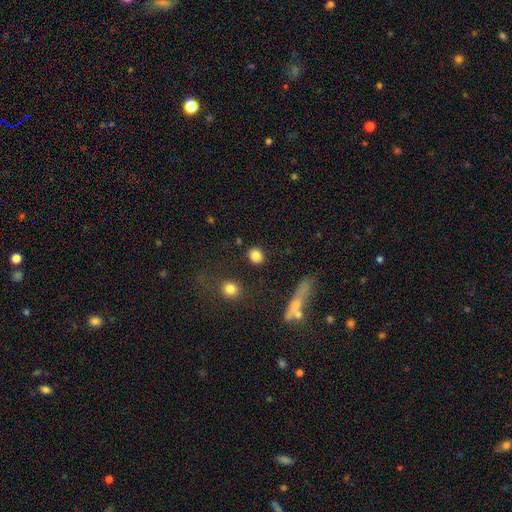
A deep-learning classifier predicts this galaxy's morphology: smooth 84%, star or artifact 10%, featured or disk 6%. Down the decision tree: how rounded — round (78%); merging — none (86%).